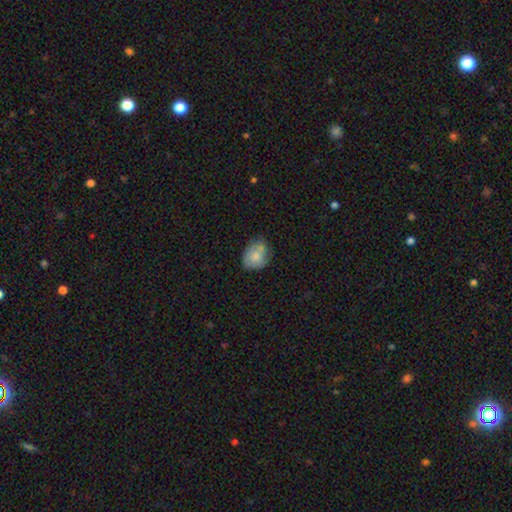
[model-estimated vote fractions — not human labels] The model was most divided on "how rounded": in between: 50%, round: 49%, cigar-shaped: 1%. More confident: smooth or featured — smooth (72%); merging — none (50%).